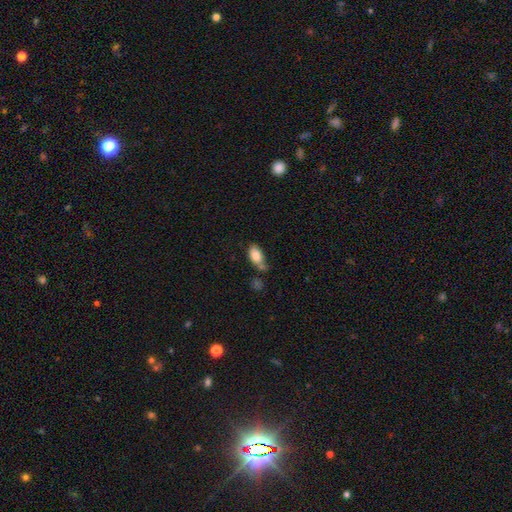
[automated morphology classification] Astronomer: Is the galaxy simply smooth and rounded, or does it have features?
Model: smooth — 83%.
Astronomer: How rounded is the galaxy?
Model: in between — 89%.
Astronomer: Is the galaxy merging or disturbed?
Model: none — 42% (runner-up: minor disturbance, 24%).